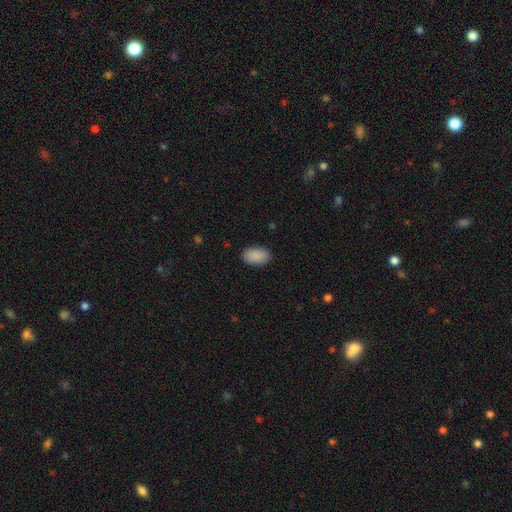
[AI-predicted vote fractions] A smooth galaxy with no disk features (90%) that is in between round and cigar-shaped (93%). Merging: none (89%).